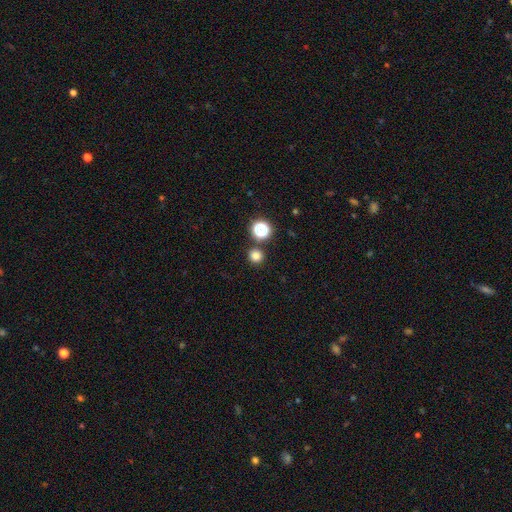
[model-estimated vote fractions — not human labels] smooth_or_featured: smooth (p=0.78) [alt: star or artifact p=0.17]
how_rounded: round (p=0.94) [alt: in between p=0.05]
merging: none (p=0.84) [alt: merger p=0.08]